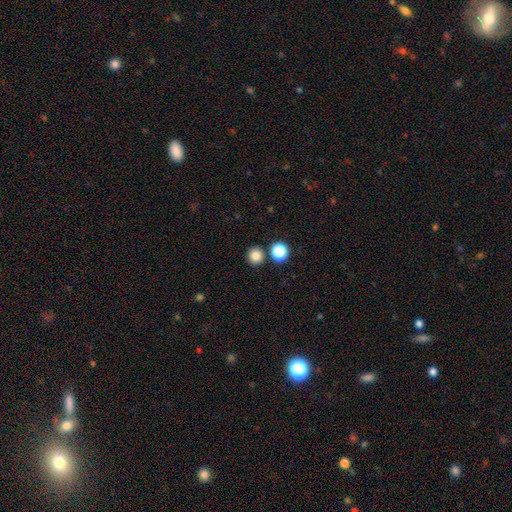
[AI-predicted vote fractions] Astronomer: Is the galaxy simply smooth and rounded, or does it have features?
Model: smooth — 83%.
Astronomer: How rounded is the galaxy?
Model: round — 89%.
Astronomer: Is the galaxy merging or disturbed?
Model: none — 82%.